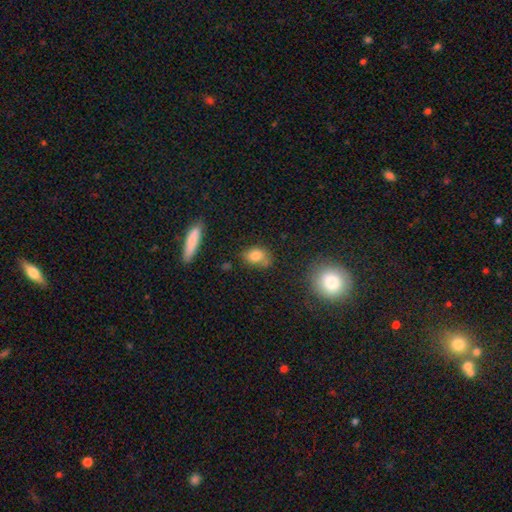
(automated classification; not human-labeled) smooth 80%, star or artifact 10%, featured or disk 10%. Down the decision tree: how rounded — in between (70%); merging — none (59%).